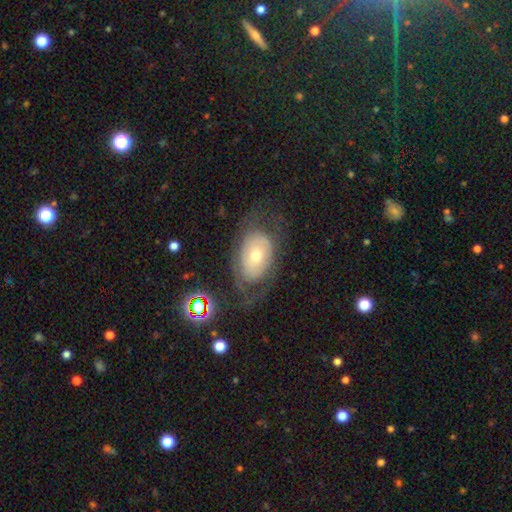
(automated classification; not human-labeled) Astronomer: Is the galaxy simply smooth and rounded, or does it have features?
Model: featured or disk — 59%.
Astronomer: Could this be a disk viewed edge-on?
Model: no — 93%.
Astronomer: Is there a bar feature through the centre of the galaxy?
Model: no — 82%.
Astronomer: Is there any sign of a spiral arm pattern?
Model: yes — 59% (runner-up: no, 41%).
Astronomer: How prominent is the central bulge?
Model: moderate — 53% (runner-up: small, 39%).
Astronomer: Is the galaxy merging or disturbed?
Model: none — 57%.